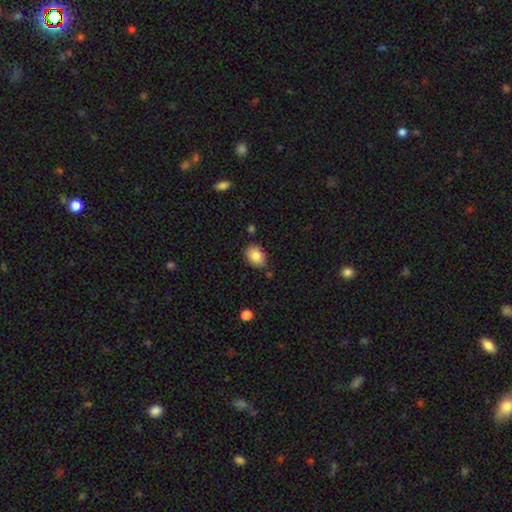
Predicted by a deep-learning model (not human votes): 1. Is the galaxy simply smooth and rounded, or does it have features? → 85% smooth, 8% star or artifact, 7% featured or disk.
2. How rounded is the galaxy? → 75% in between, 24% round, 1% cigar-shaped.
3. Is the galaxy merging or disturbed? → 82% none, 13% minor disturbance, 3% merger, 3% major disturbance.